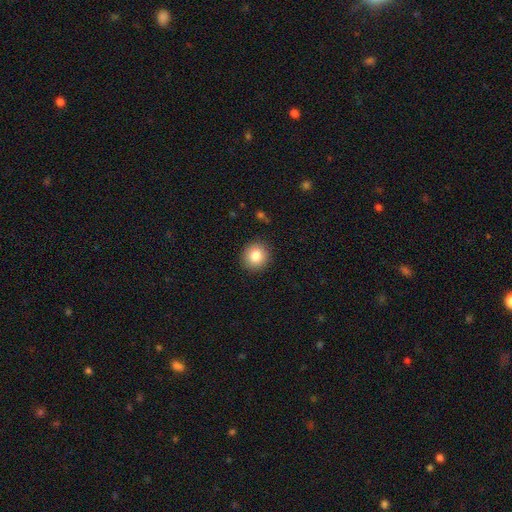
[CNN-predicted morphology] smooth 84%, star or artifact 9%, featured or disk 7%. Down the decision tree: how rounded — round (90%); merging — none (91%).